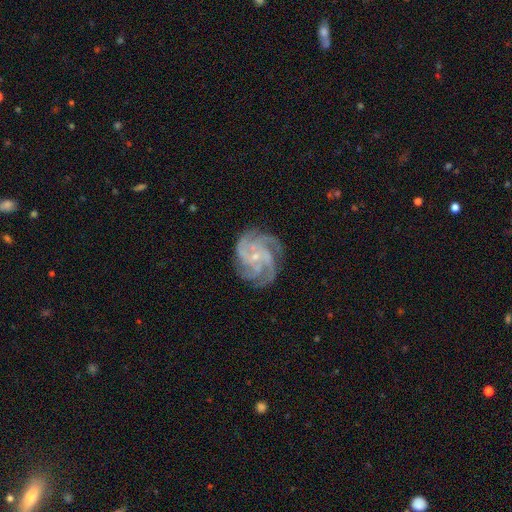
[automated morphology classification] This appears to be a featured or disk galaxy (88%) with no bar (69%), 4 (51%) tight (54%) spiral arms (98%) and a small central bulge (80%). Merging: none (77%).